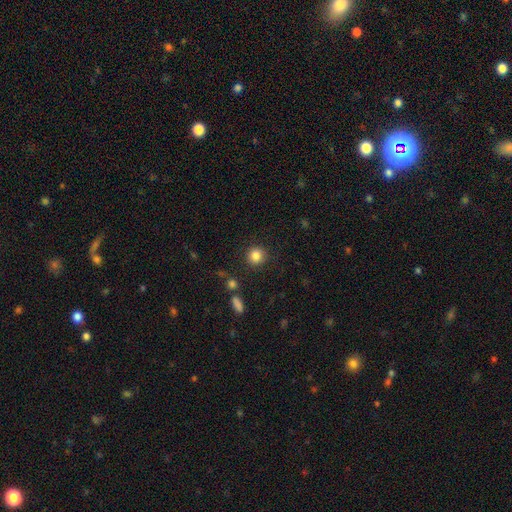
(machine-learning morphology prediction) The model was most divided on "smooth or featured": smooth: 85%, star or artifact: 11%, featured or disk: 5%. More confident: how rounded — round (92%); merging — none (89%).